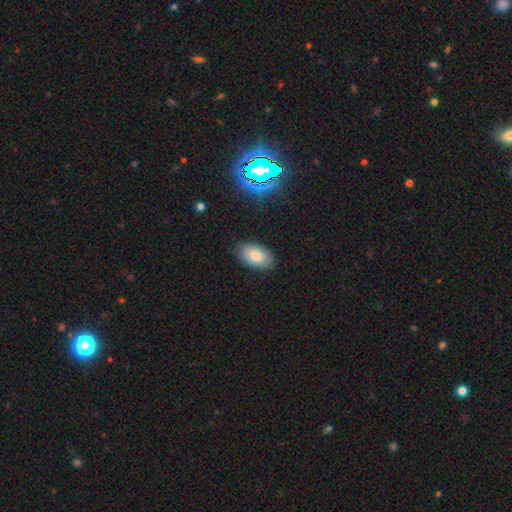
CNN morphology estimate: This appears to be a smooth galaxy with no disk features (82%) that is in between round and cigar-shaped (94%). Merging: none (85%).